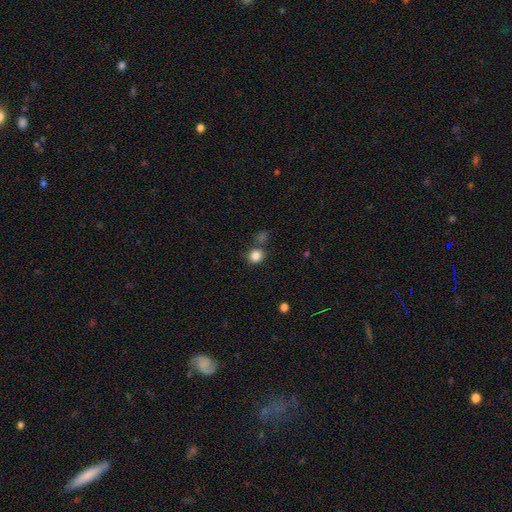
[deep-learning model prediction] Q: Smooth or featured?
A: smooth (84%); runner-up: star or artifact (11%)
Q: How rounded?
A: round (83%); runner-up: in between (16%)
Q: Merging?
A: none (70%); runner-up: minor disturbance (13%)